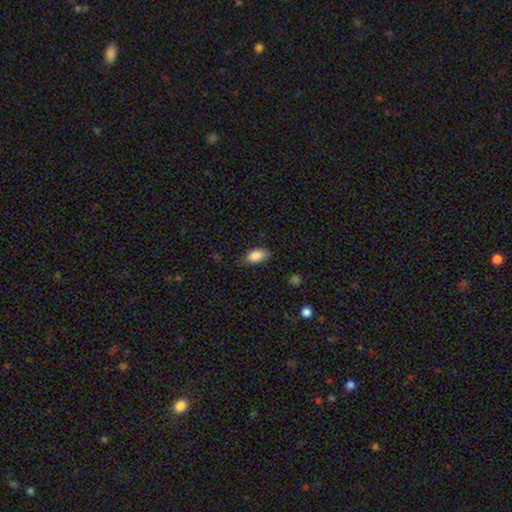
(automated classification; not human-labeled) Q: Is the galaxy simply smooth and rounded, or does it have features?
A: smooth — 85%.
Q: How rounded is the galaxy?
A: in between — 90%.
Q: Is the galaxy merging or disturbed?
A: none — 75%.